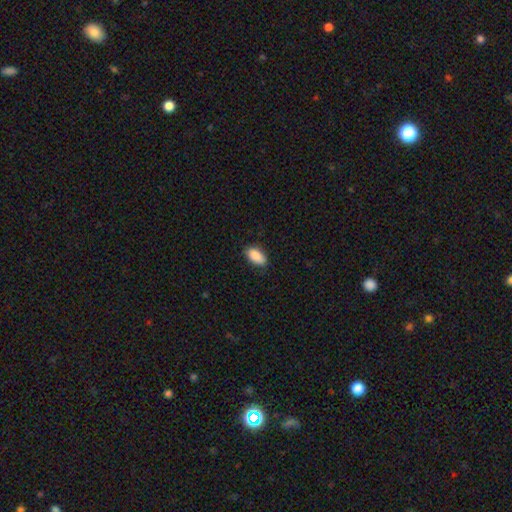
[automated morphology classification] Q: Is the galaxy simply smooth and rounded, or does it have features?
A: smooth — 89%.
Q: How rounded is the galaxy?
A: in between — 93%.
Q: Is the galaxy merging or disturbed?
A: none — 82%.